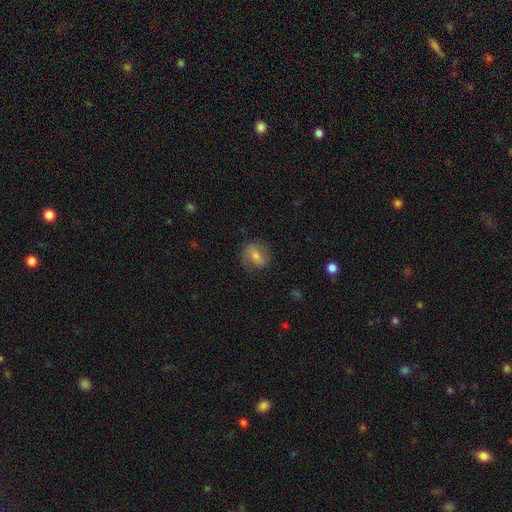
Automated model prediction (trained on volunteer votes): Smooth or featured? Predicted: featured or disk (p=0.45). Merging? Predicted: none (p=0.74).